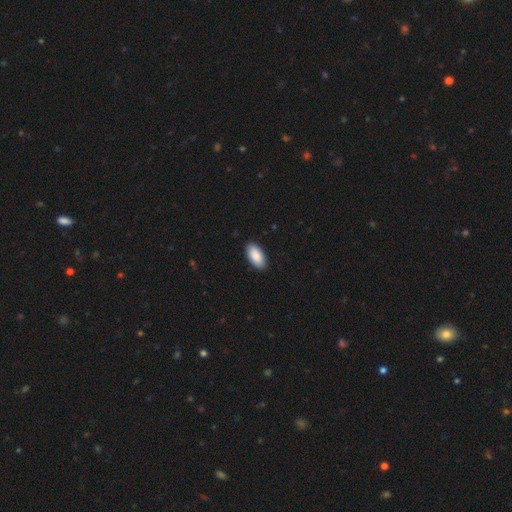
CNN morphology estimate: Smooth or featured? Predicted: smooth (p=0.90). How rounded? Predicted: in between (p=0.95). Merging? Predicted: none (p=0.90).